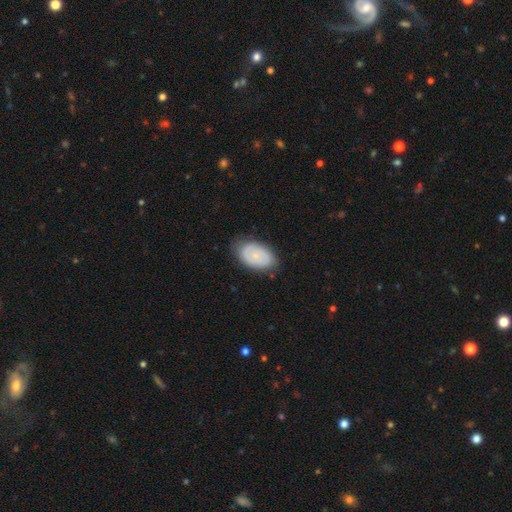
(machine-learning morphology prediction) smooth_or_featured: smooth (p=0.56) [alt: featured or disk p=0.37]
how_rounded: in between (p=0.92) [alt: round p=0.07]
merging: none (p=0.77) [alt: minor disturbance p=0.18]